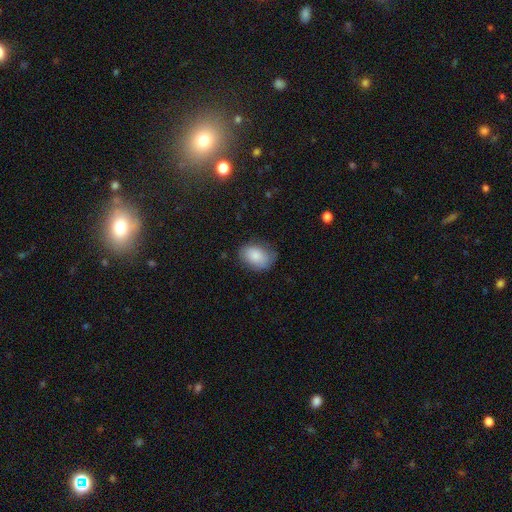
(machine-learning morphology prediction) Smooth or featured? Predicted: smooth (p=0.83). How rounded? Predicted: in between (p=0.82). Merging? Predicted: none (p=0.69).